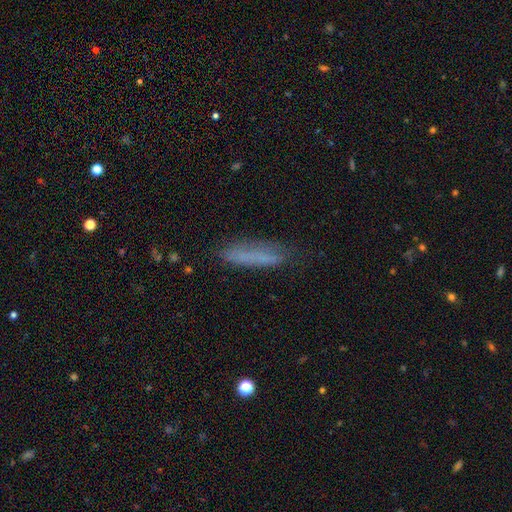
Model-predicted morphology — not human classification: smooth 68%, featured or disk 22%, star or artifact 11%. Down the decision tree: how rounded — cigar-shaped (83%); merging — none (76%).